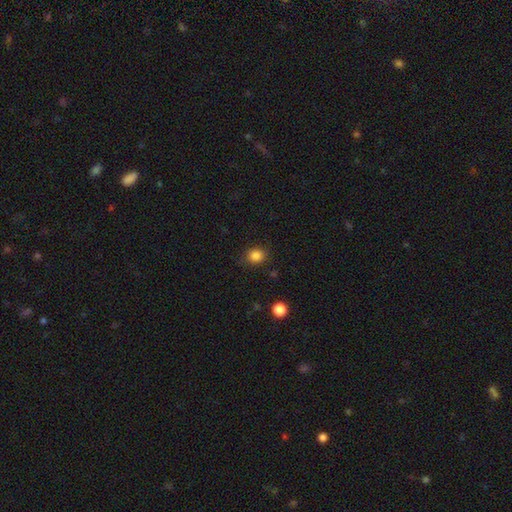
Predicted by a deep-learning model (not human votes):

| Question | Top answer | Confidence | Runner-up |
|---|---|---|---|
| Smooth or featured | smooth | 85% | star or artifact (11%) |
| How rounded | round | 71% | in between (28%) |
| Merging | none | 83% | minor disturbance (12%) |